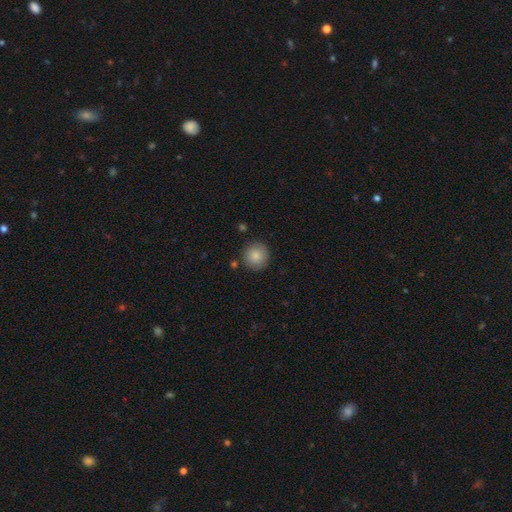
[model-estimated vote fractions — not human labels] The model was most divided on "merging": none: 86%, minor disturbance: 9%, major disturbance: 2%, merger: 2%. More confident: how rounded — round (93%); smooth or featured — smooth (85%).